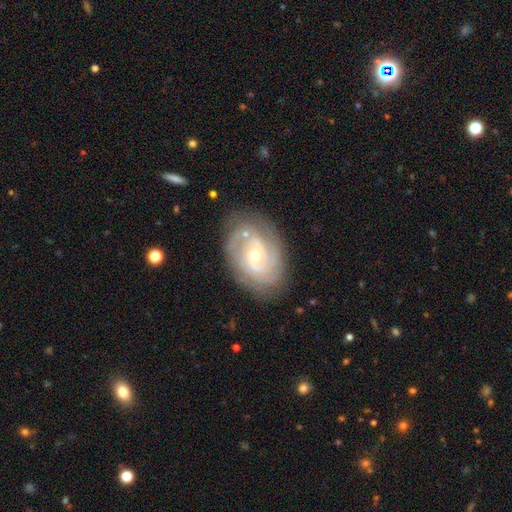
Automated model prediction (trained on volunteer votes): Q: Smooth or featured?
A: featured or disk (82%); runner-up: smooth (12%)
Q: Edge-on disk?
A: no (96%); runner-up: yes (4%)
Q: Bar?
A: no (65%); runner-up: weak (28%)
Q: Spiral arms?
A: yes (90%); runner-up: no (10%)
Q: Spiral winding?
A: tight (66%); runner-up: medium (27%)
Q: Spiral arm count?
A: 2 (39%); runner-up: can't tell (29%)
Q: Bulge size?
A: moderate (56%); runner-up: small (40%)
Q: Merging?
A: none (73%); runner-up: minor disturbance (17%)